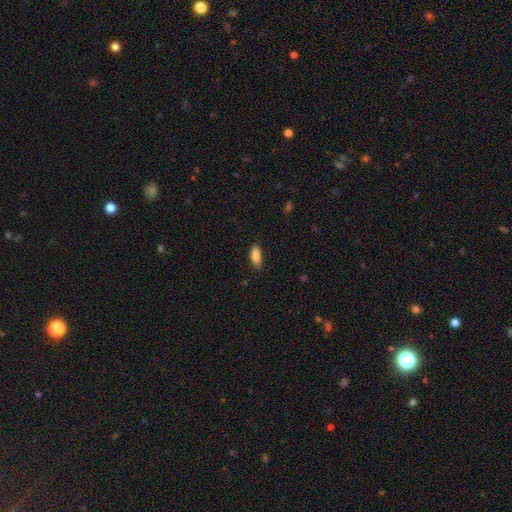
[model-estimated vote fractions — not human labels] Smooth or featured: smooth — 86% (featured or disk — 8%)
How rounded: in between — 78% (cigar-shaped — 20%)
Merging: none — 84% (minor disturbance — 12%)